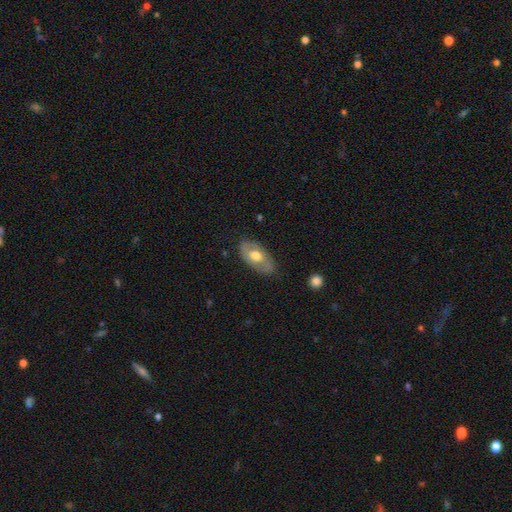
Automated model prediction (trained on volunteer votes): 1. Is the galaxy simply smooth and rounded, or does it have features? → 48% featured or disk, 47% smooth, 6% star or artifact.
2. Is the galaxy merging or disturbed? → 76% none, 18% minor disturbance, 4% major disturbance, 1% merger.